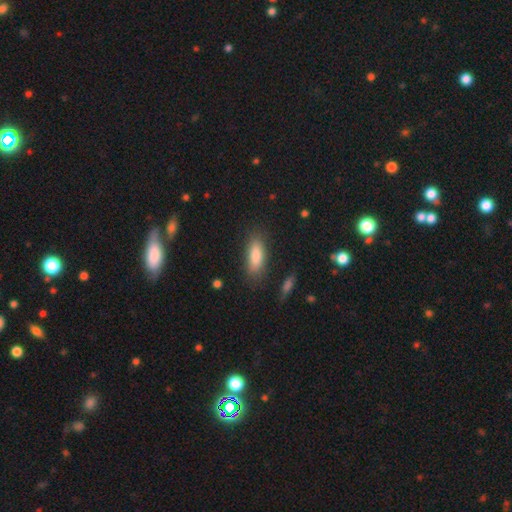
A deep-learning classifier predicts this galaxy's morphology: A smooth galaxy with no disk features (84%) that is in between round and cigar-shaped (70%). Merging: none (82%).